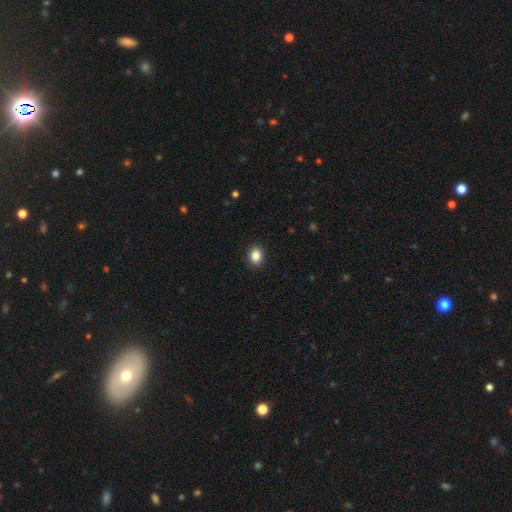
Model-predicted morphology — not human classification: This appears to be a smooth galaxy with no disk features (87%) that is in between round and cigar-shaped (50%, tied with round). Merging: none (90%).